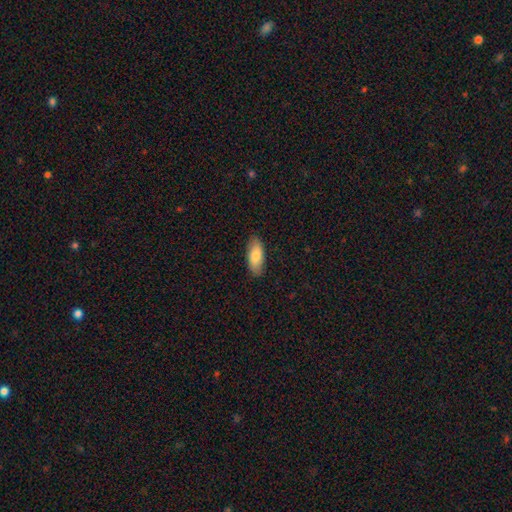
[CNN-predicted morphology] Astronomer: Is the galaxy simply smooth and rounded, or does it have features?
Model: smooth — 81%.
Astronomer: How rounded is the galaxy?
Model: in between — 83%.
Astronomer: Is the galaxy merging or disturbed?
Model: none — 88%.